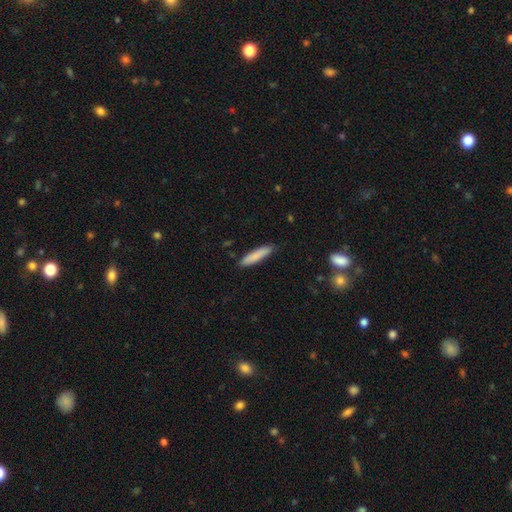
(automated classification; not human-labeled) A smooth galaxy with no disk features (83%) that is cigar-shaped (84%). Merging: none (85%).